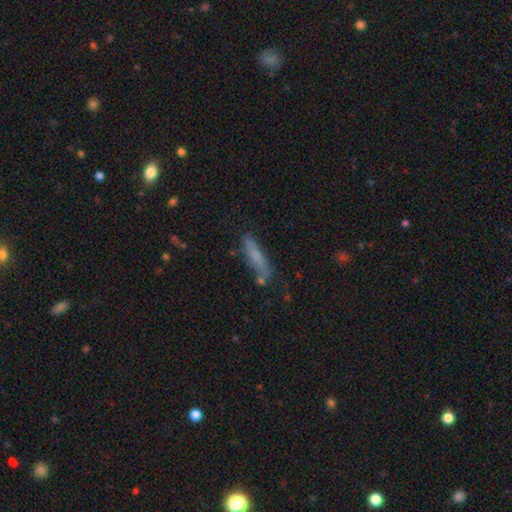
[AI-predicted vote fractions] The model was most divided on "smooth or featured": smooth: 68%, featured or disk: 22%, star or artifact: 9%. More confident: how rounded — cigar-shaped (80%); merging — none (67%).